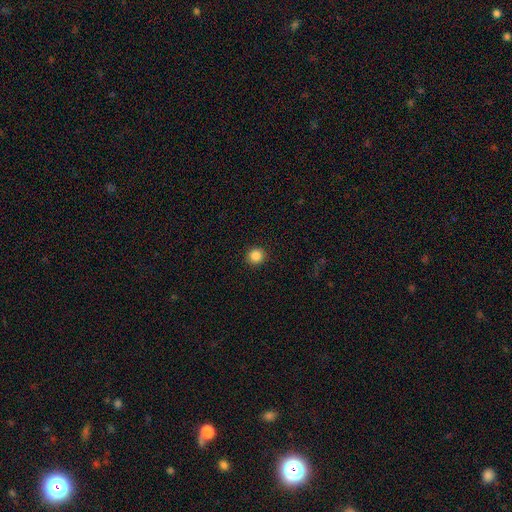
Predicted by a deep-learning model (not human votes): The model was most divided on "smooth or featured": smooth: 86%, star or artifact: 11%, featured or disk: 3%. More confident: how rounded — round (95%); merging — none (93%).